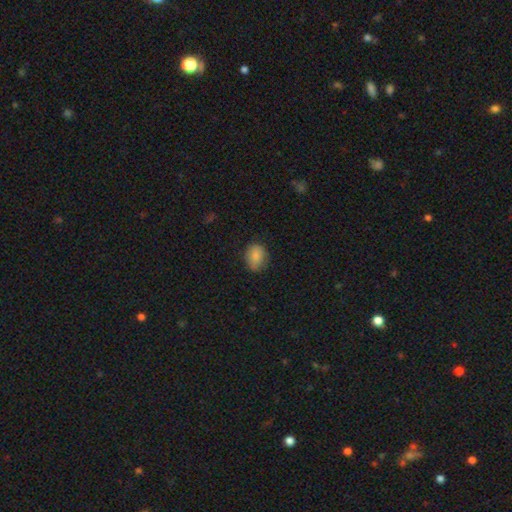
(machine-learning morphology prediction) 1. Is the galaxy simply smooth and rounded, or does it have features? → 85% smooth, 9% star or artifact, 7% featured or disk.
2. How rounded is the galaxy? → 59% in between, 40% round, 1% cigar-shaped.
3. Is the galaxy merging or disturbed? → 71% none, 23% minor disturbance, 5% major disturbance, 1% merger.